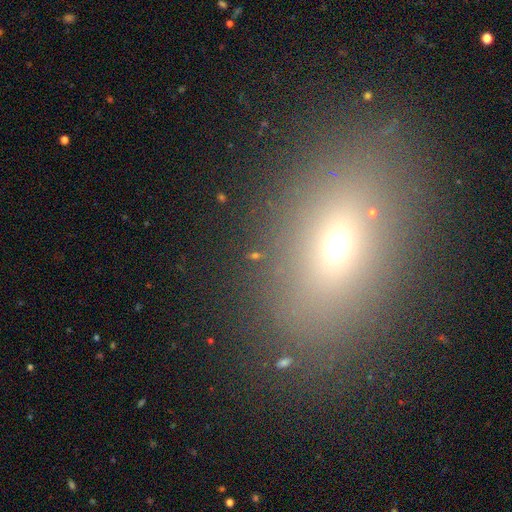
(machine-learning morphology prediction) Smooth or featured?
  - smooth: 54% *
  - star or artifact: 31%
  - featured or disk: 15%
How rounded?
  - in between: 68% *
  - round: 28%
  - cigar-shaped: 4%
Merging?
  - none: 77% *
  - minor disturbance: 11%
  - major disturbance: 7%
  - merger: 5%